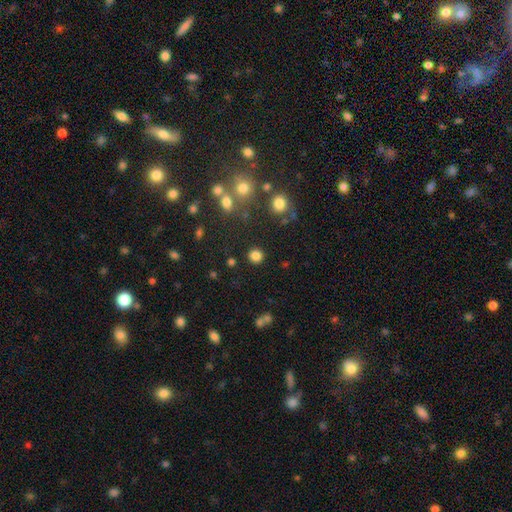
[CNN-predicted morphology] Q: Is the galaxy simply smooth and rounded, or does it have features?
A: smooth — 82%.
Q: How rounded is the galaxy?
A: round — 89%.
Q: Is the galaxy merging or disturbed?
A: none — 88%.